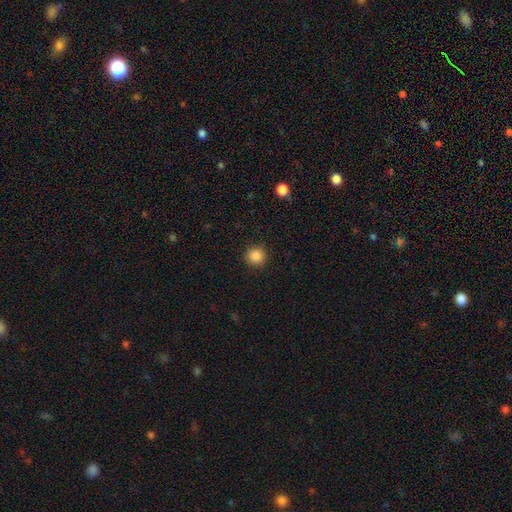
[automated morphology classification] Q: Smooth or featured?
A: smooth (86%); runner-up: star or artifact (10%)
Q: How rounded?
A: round (94%); runner-up: in between (5%)
Q: Merging?
A: none (91%); runner-up: minor disturbance (6%)